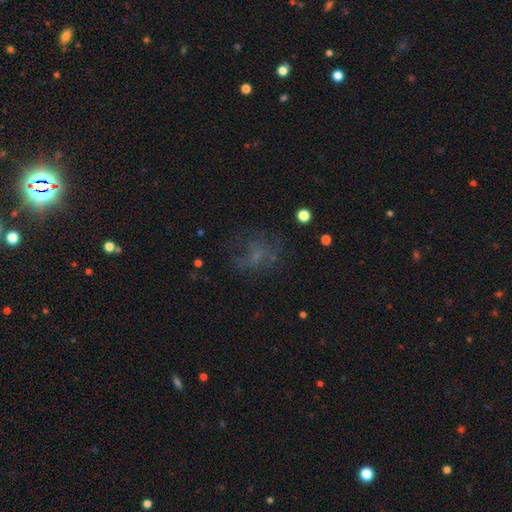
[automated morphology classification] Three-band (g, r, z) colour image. It shows a smooth galaxy with no disk features (37%). Merging: none (52%).